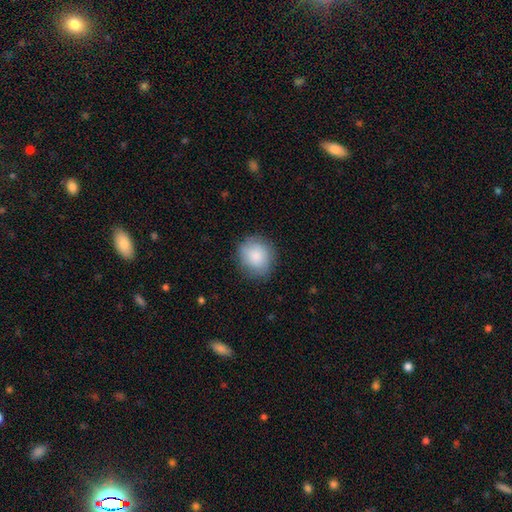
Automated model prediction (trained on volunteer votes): A smooth galaxy with no disk features (86%) that is round (80%).

Vote fractions:
- Smooth or featured? smooth: 86% / featured or disk: 8% / star or artifact: 7%
- How rounded? round: 80% / in between: 19% / cigar-shaped: 1%
- Merging? none: 82% / minor disturbance: 14% / major disturbance: 4% / merger: 1%